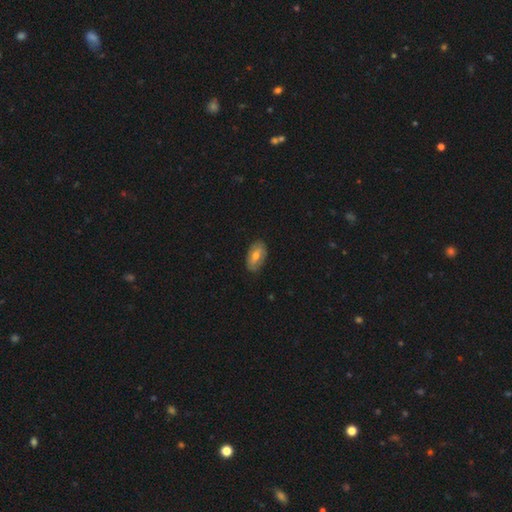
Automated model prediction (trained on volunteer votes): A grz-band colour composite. It shows a smooth galaxy with no disk features (59%) that is in between round and cigar-shaped (91%). Merging: none (83%).